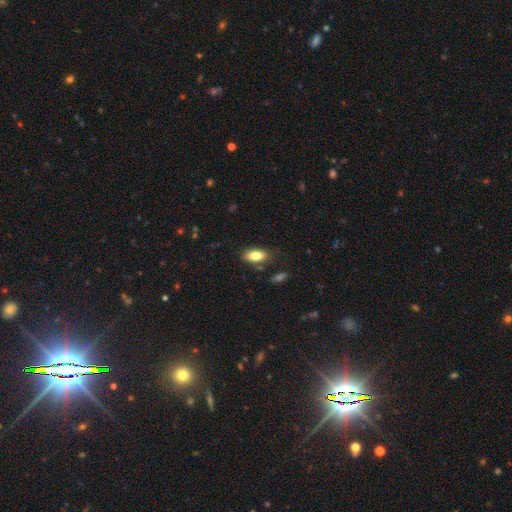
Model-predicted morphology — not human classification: A smooth galaxy with no disk features (82%) that is in between round and cigar-shaped (88%). Merging: none (80%).